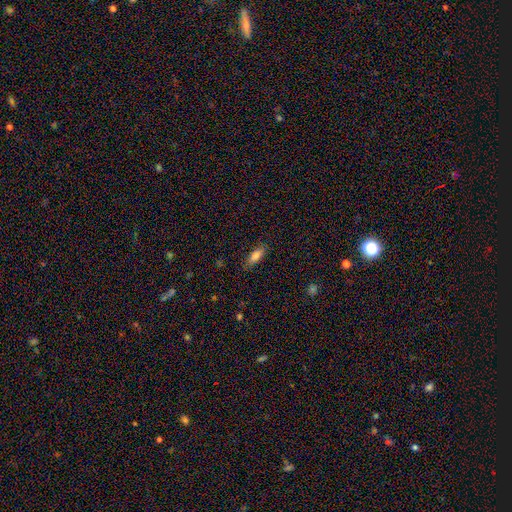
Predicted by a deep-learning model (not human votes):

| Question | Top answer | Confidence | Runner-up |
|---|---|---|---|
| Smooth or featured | smooth | 80% | featured or disk (12%) |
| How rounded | in between | 67% | cigar-shaped (30%) |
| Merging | none | 85% | minor disturbance (11%) |